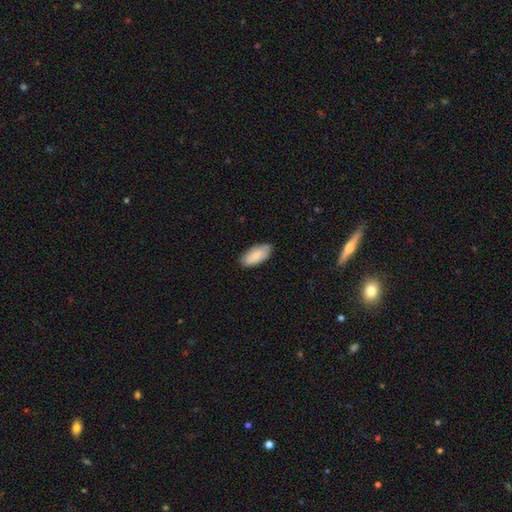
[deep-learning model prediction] Smooth or featured?
  - smooth: 86% *
  - featured or disk: 9%
  - star or artifact: 5%
How rounded?
  - in between: 90% *
  - cigar-shaped: 8%
  - round: 2%
Merging?
  - none: 81% *
  - minor disturbance: 15%
  - major disturbance: 2%
  - merger: 1%